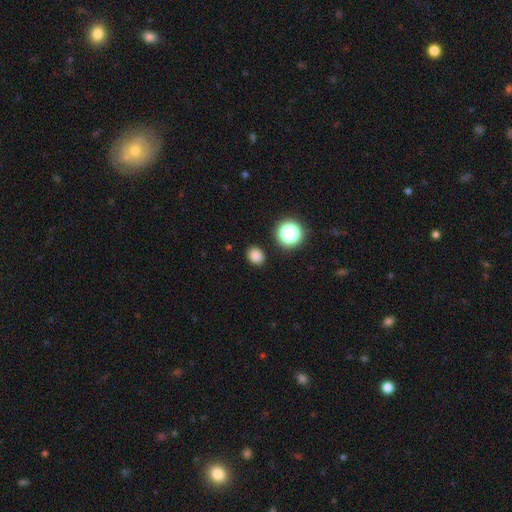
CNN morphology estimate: smooth 81%, star or artifact 15%, featured or disk 4%. Down the decision tree: how rounded — round (64%); merging — none (88%).